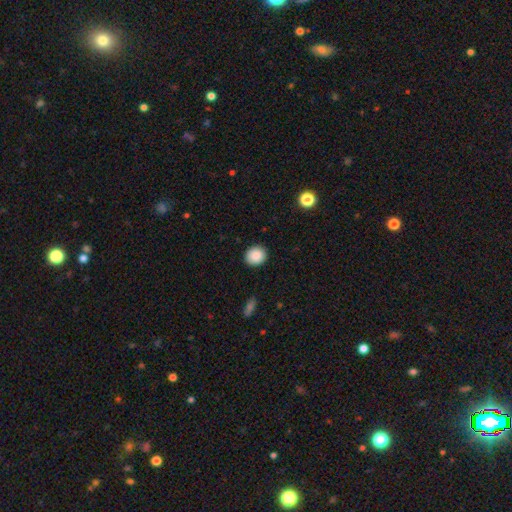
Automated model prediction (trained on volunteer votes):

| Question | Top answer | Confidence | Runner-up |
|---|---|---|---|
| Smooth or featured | smooth | 88% | star or artifact (8%) |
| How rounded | round | 78% | in between (21%) |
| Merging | none | 90% | minor disturbance (7%) |